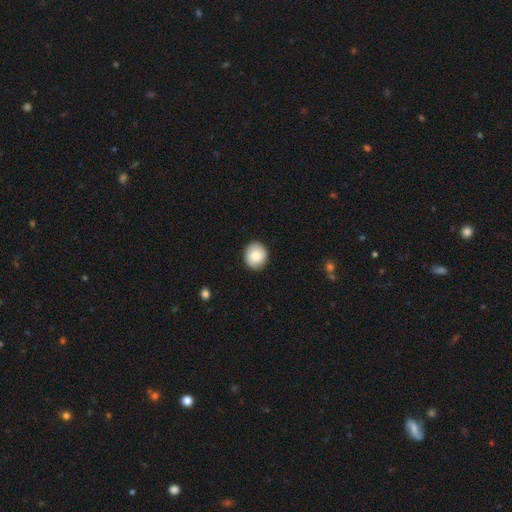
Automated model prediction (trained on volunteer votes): smooth 73%, featured or disk 20%, star or artifact 7%. Down the decision tree: how rounded — round (81%); merging — none (87%).